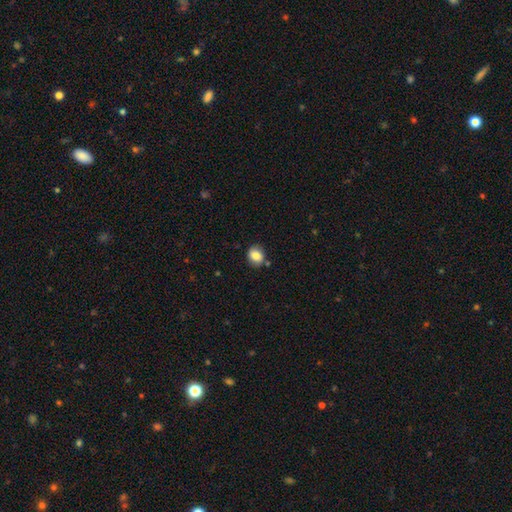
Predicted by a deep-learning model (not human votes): smooth-or-featured: smooth: 81% | featured or disk: 10% | star or artifact: 9%
  how-rounded: round: 56% | in between: 43% | cigar-shaped: 1%
  merging: none: 79% | minor disturbance: 13% | merger: 5% | major disturbance: 3%